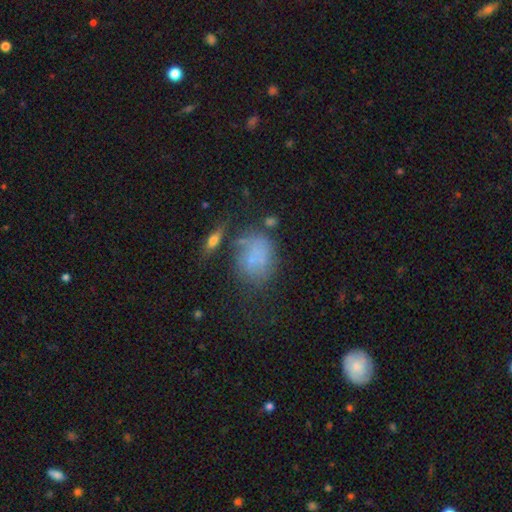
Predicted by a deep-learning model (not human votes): This appears to be a smooth galaxy with no disk features (60%) that is in between round and cigar-shaped (59%). Merging: none (44%).